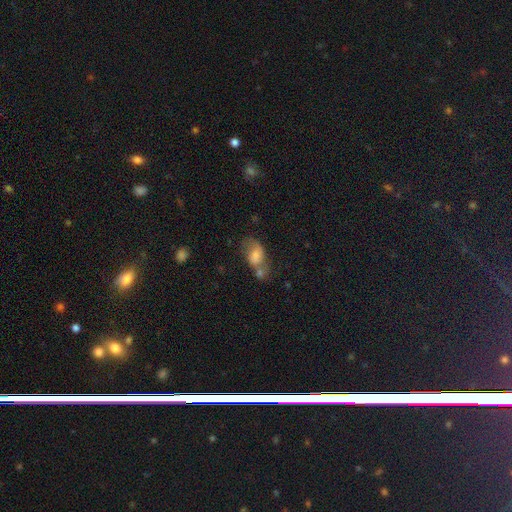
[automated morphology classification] Smooth or featured? smooth (63%)
How rounded? in between (82%)
Merging? merger (43%)